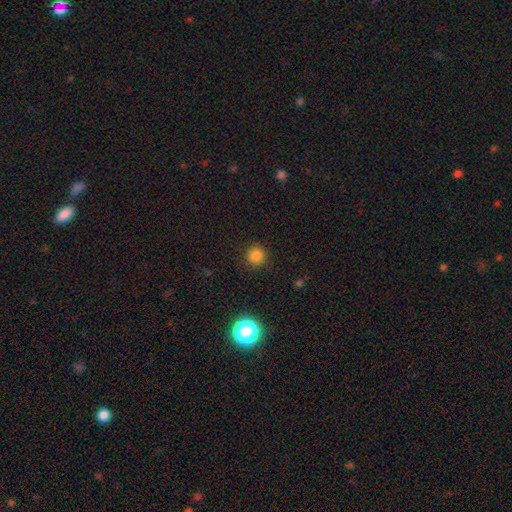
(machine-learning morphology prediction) Q: Smooth or featured?
A: smooth (82%); runner-up: star or artifact (14%)
Q: How rounded?
A: round (92%); runner-up: in between (7%)
Q: Merging?
A: none (89%); runner-up: minor disturbance (7%)